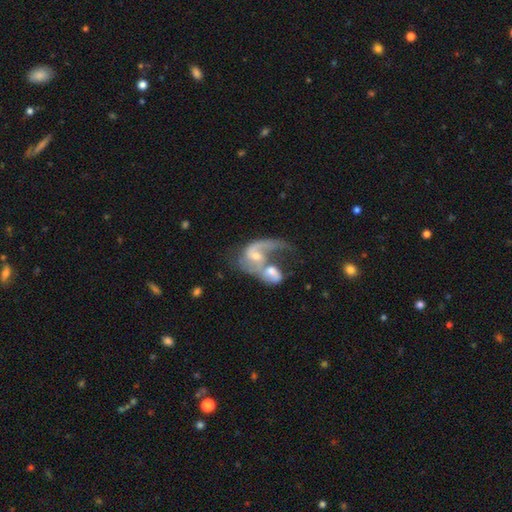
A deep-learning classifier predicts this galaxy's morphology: This is likely a featured or disk galaxy (76%). It is clearly not viewed edge-on (97%). Bar: possibly no (52%). Spiral arm pattern: clearly yes (85%). Spiral arm count: possibly 2 (48%). Spiral winding: likely loose (61%). Central bulge: possibly moderate (50%). Merging: likely merger (72%).